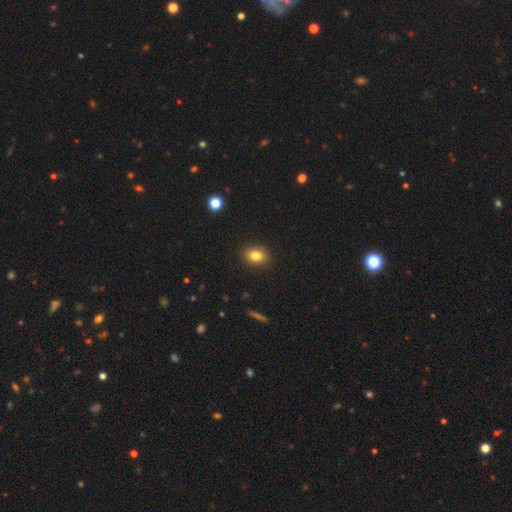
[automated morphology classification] Smooth or featured: smooth — 82% (star or artifact — 11%)
How rounded: in between — 66% (round — 33%)
Merging: none — 89% (minor disturbance — 8%)